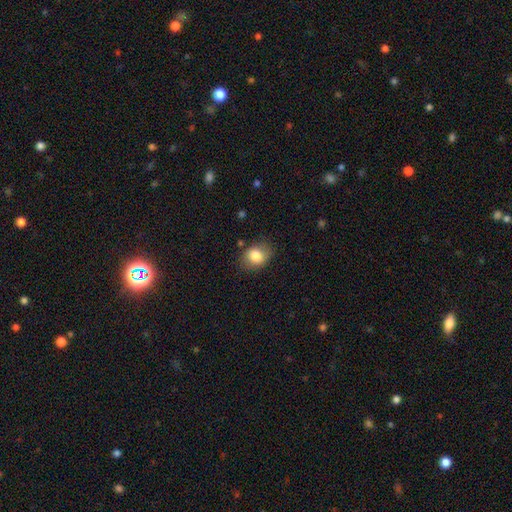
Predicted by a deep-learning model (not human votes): Smooth or featured? Predicted: smooth (p=0.82). How rounded? Predicted: in between (p=0.58). Merging? Predicted: none (p=0.76).